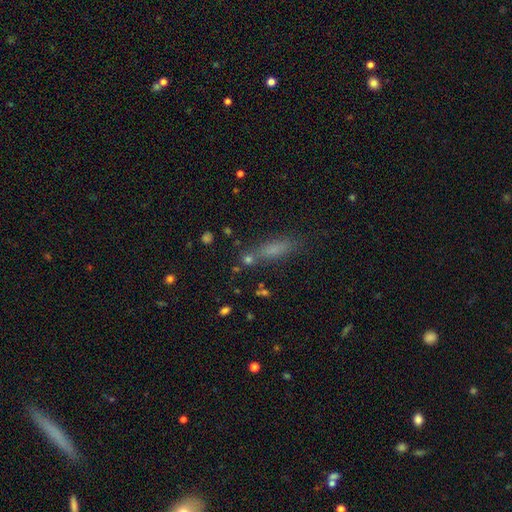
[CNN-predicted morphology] smooth_or_featured: smooth (p=0.63) [alt: star or artifact p=0.22]
how_rounded: cigar-shaped (p=0.55) [alt: in between p=0.40]
merging: none (p=0.70) [alt: minor disturbance p=0.15]